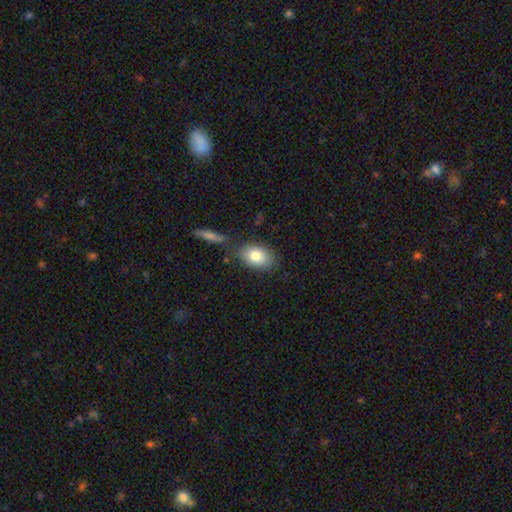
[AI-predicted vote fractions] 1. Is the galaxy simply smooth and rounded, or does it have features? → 82% smooth, 11% featured or disk, 7% star or artifact.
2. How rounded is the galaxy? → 86% in between, 13% round, 2% cigar-shaped.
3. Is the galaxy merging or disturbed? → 72% none, 15% minor disturbance, 9% merger, 4% major disturbance.